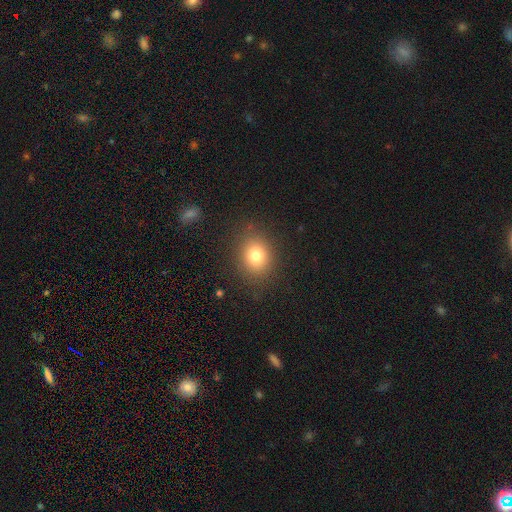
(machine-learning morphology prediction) type=smooth (79%); roundness=round (58%); merging=none (85%).